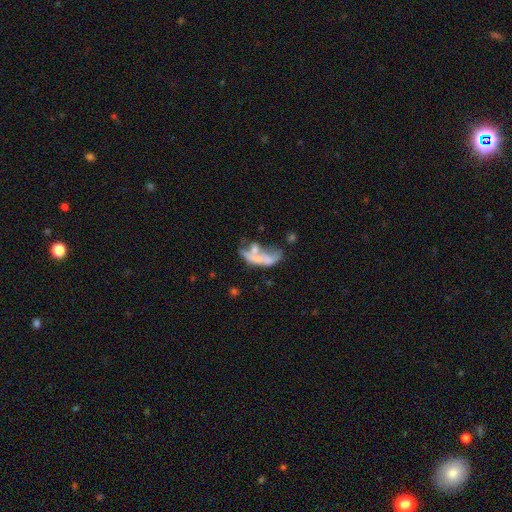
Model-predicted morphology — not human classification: Smooth or featured?
  - featured or disk: 47% *
  - smooth: 42%
  - star or artifact: 11%
Merging?
  - merger: 47% *
  - major disturbance: 25%
  - none: 16%
  - minor disturbance: 12%